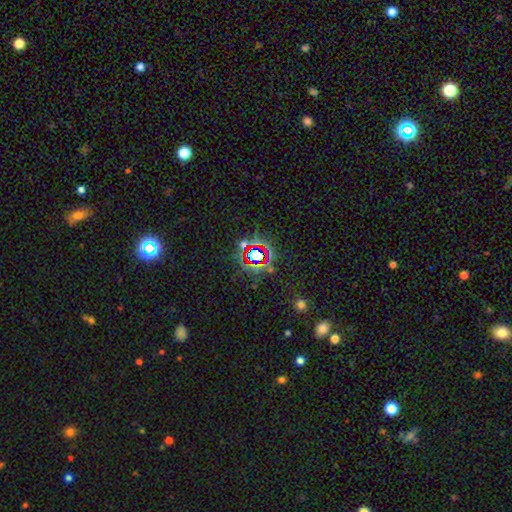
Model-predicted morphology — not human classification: Smooth or featured? star or artifact (72%)